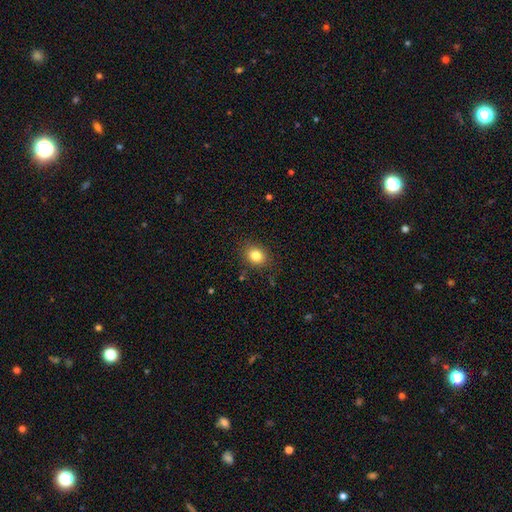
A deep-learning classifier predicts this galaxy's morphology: This appears to be a smooth galaxy with no disk features (82%) that is round (59%). Merging: none (86%).